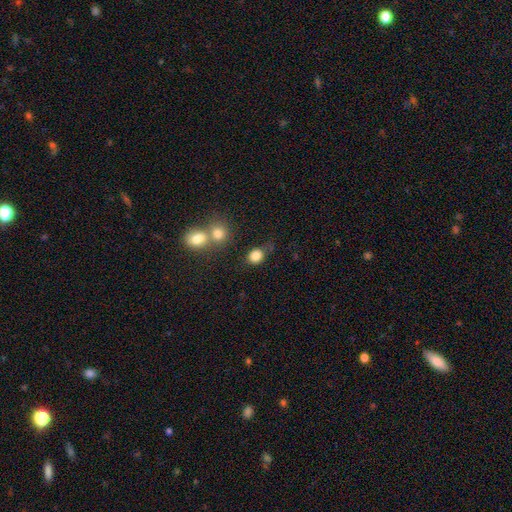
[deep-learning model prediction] Smooth or featured?
  - smooth: 83% *
  - star or artifact: 11%
  - featured or disk: 6%
How rounded?
  - round: 62% *
  - in between: 36%
  - cigar-shaped: 1%
Merging?
  - none: 62% *
  - minor disturbance: 16%
  - merger: 15%
  - major disturbance: 6%